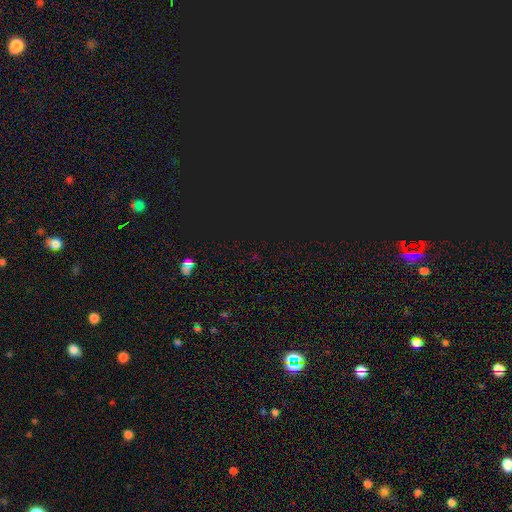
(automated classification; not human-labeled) Q: Smooth or featured?
A: star or artifact (76%); runner-up: smooth (18%)